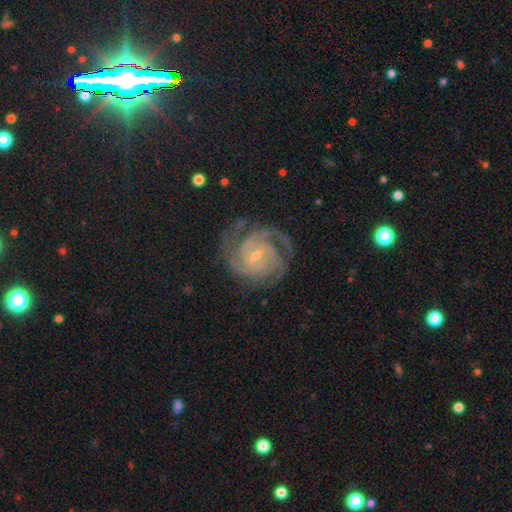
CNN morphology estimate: featured or disk 92%, star or artifact 4%, smooth 3%. Down the decision tree: edge-on disk — no (98%); bar — weak (43%); spiral arms — yes (99%); spiral arm count — 3 (40%); spiral winding — tight (71%); bulge size — small (72%); merging — none (76%).